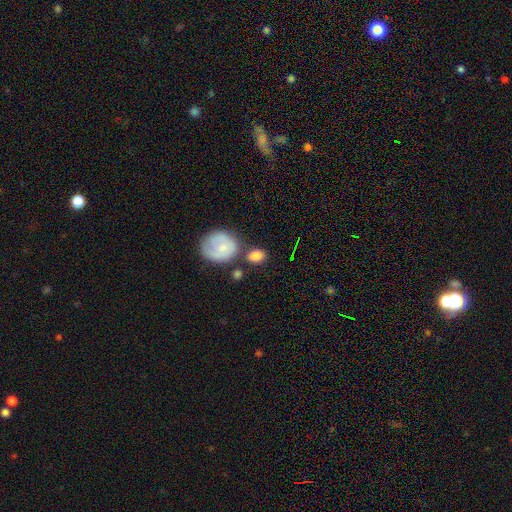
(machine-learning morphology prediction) Smooth or featured: smooth — 82% (featured or disk — 10%)
How rounded: in between — 59% (round — 39%)
Merging: none — 62% (minor disturbance — 17%)